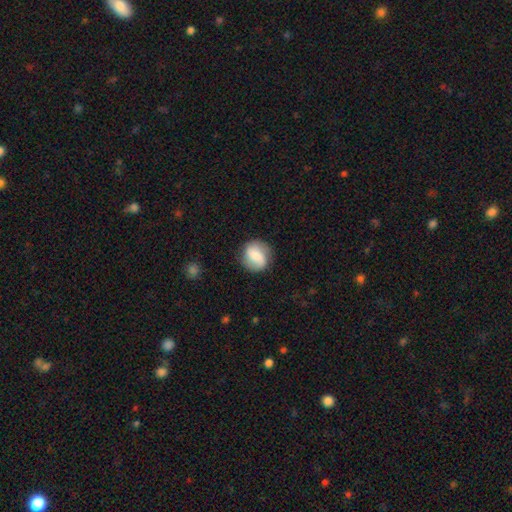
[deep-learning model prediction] A smooth galaxy with no disk features (49%). Merging: none (81%).